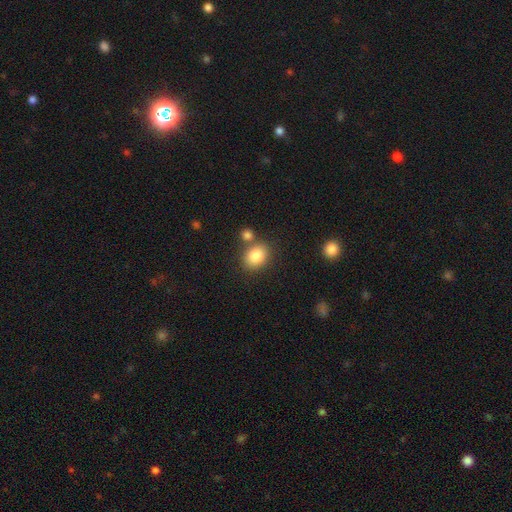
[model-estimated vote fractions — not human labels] smooth_or_featured: smooth (p=0.84) [alt: star or artifact p=0.09]
how_rounded: in between (p=0.51) [alt: round p=0.48]
merging: none (p=0.67) [alt: merger p=0.18]